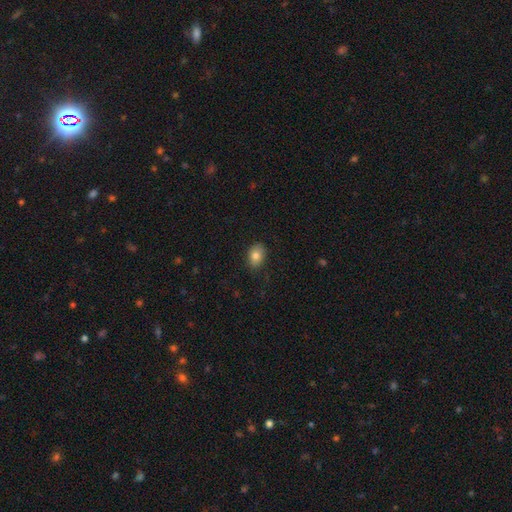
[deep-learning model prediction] Smooth or featured? Predicted: smooth (p=0.83). How rounded? Predicted: in between (p=0.79). Merging? Predicted: none (p=0.85).